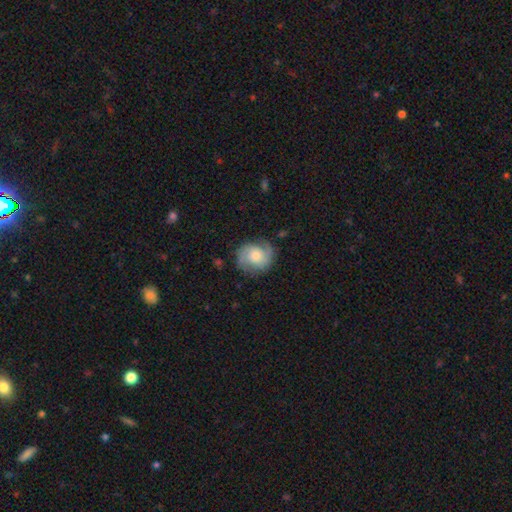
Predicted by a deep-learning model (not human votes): Smooth or featured?
  - featured or disk: 64% *
  - smooth: 29%
  - star or artifact: 7%
Edge-on disk?
  - no: 98% *
  - yes: 2%
Bar?
  - no: 68% *
  - weak: 27%
  - strong: 5%
Spiral arms?
  - yes: 93% *
  - no: 7%
Spiral winding?
  - medium: 45% *
  - tight: 34%
  - loose: 20%
Spiral arm count?
  - 2: 84% *
  - can't tell: 7%
  - 1: 4%
  - 3: 2%
  - 4: 1%
  - more than 4: 1%
Bulge size?
  - moderate: 42% *
  - small: 25%
  - large: 22%
  - none: 7%
  - dominant: 3%
Merging?
  - none: 74% *
  - minor disturbance: 17%
  - major disturbance: 7%
  - merger: 1%